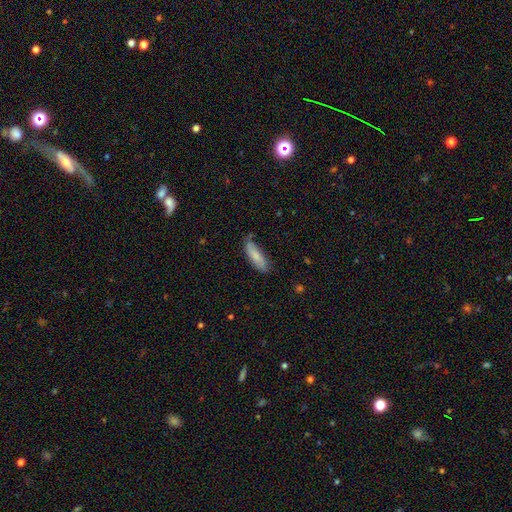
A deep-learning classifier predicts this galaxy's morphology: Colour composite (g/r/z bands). It shows a smooth galaxy with no disk features (80%) that is in between round and cigar-shaped (50%). Merging: none (71%).